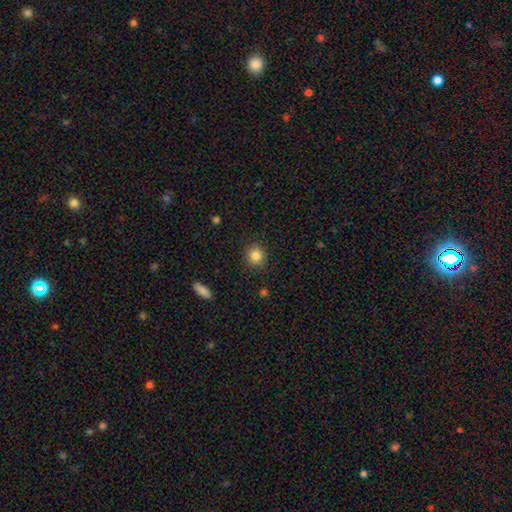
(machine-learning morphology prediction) This appears to be a smooth galaxy with no disk features (85%) that is round (84%). Merging: none (89%).